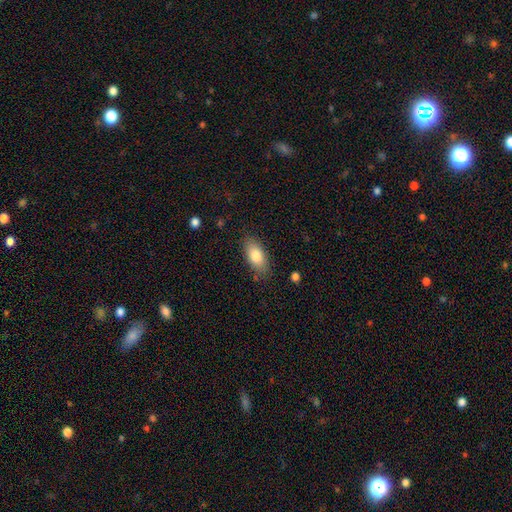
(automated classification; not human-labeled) The model was most divided on "smooth or featured": smooth: 81%, featured or disk: 12%, star or artifact: 7%. More confident: how rounded — in between (90%); merging — none (83%).